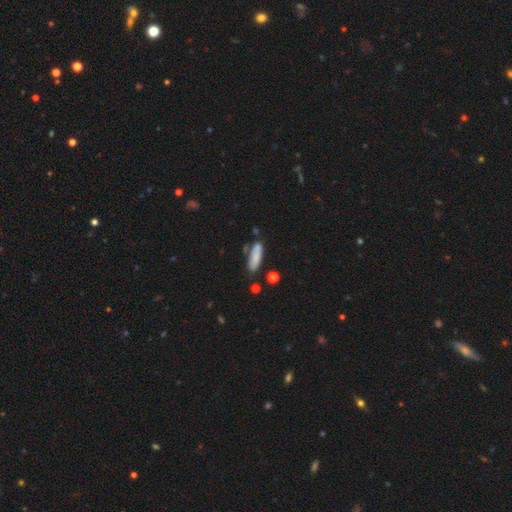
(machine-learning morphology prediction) This appears to be a smooth galaxy with no disk features (79%) that is cigar-shaped (52%). Merging: none (66%).